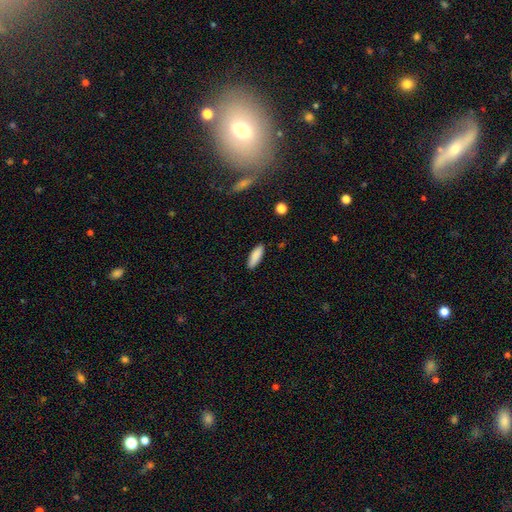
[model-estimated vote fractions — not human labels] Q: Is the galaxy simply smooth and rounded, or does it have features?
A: smooth — 88%.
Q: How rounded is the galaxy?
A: in between — 58%.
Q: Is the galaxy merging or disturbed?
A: none — 87%.